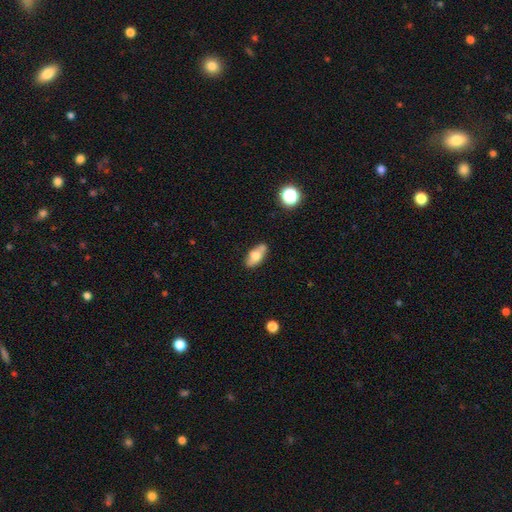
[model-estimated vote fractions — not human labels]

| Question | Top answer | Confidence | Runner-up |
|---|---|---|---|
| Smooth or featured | smooth | 64% | featured or disk (28%) |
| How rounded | in between | 85% | cigar-shaped (11%) |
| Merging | none | 71% | minor disturbance (19%) |